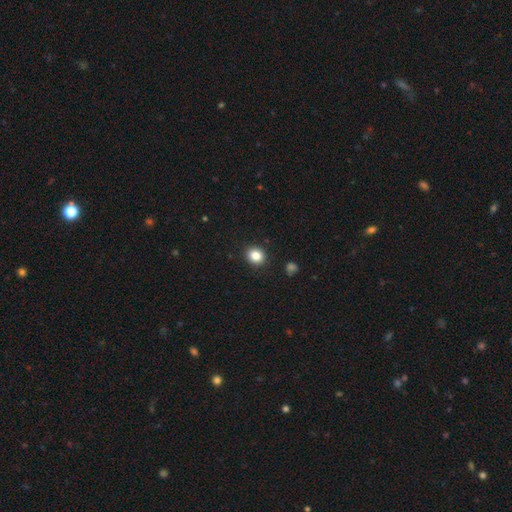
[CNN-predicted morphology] smooth_or_featured: smooth (p=0.84) [alt: star or artifact p=0.11]
how_rounded: round (p=0.76) [alt: in between p=0.24]
merging: none (p=0.91) [alt: minor disturbance p=0.06]